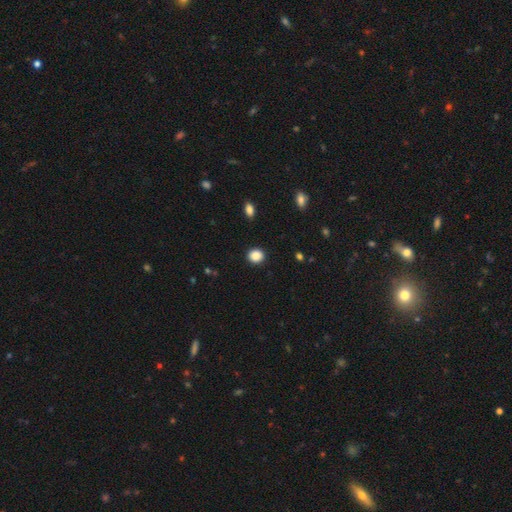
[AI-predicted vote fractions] smooth-or-featured: smooth: 88% | star or artifact: 9% | featured or disk: 3%
  how-rounded: round: 76% | in between: 23% | cigar-shaped: 1%
  merging: none: 91% | minor disturbance: 6% | major disturbance: 2% | merger: 1%